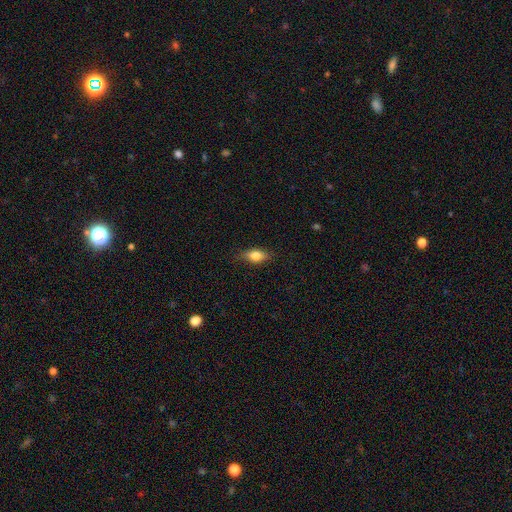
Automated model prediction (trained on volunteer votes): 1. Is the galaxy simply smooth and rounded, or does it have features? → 71% smooth, 21% featured or disk, 8% star or artifact.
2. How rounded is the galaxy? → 77% in between, 16% cigar-shaped, 7% round.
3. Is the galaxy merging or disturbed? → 81% none, 15% minor disturbance, 3% major disturbance, 1% merger.